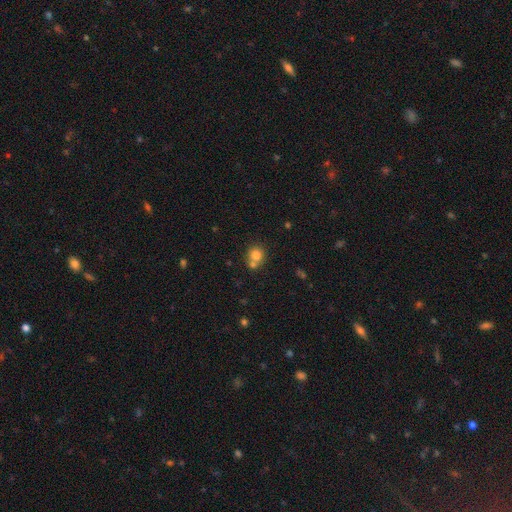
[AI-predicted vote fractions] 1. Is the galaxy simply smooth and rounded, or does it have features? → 78% smooth, 12% star or artifact, 10% featured or disk.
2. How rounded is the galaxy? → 86% round, 13% in between, 1% cigar-shaped.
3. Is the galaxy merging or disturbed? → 52% none, 36% merger, 8% minor disturbance, 3% major disturbance.